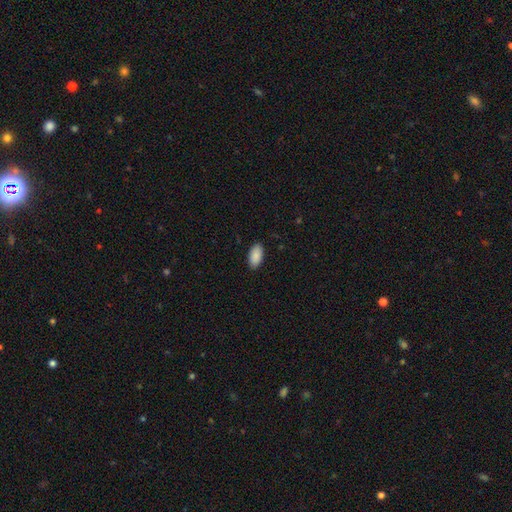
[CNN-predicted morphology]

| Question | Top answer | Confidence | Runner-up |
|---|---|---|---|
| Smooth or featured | smooth | 90% | star or artifact (6%) |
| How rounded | in between | 95% | cigar-shaped (3%) |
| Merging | none | 89% | minor disturbance (8%) |